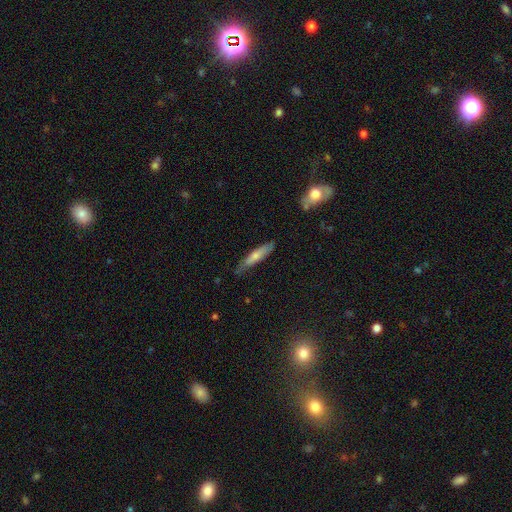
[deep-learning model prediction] Smooth or featured? smooth (64%)
How rounded? cigar-shaped (81%)
Merging? none (69%)